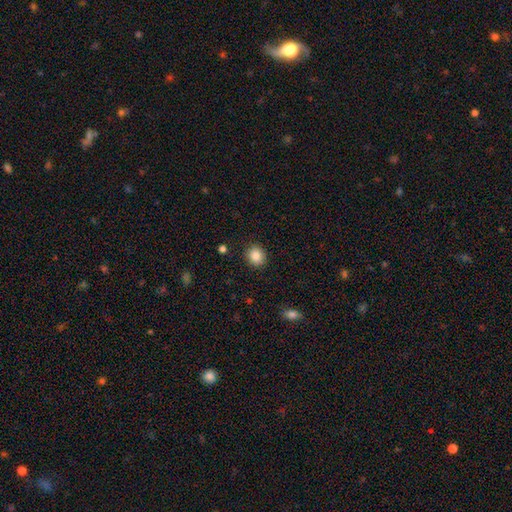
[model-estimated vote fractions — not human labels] smooth_or_featured: smooth (p=0.87) [alt: star or artifact p=0.09]
how_rounded: round (p=0.77) [alt: in between p=0.22]
merging: none (p=0.90) [alt: minor disturbance p=0.07]